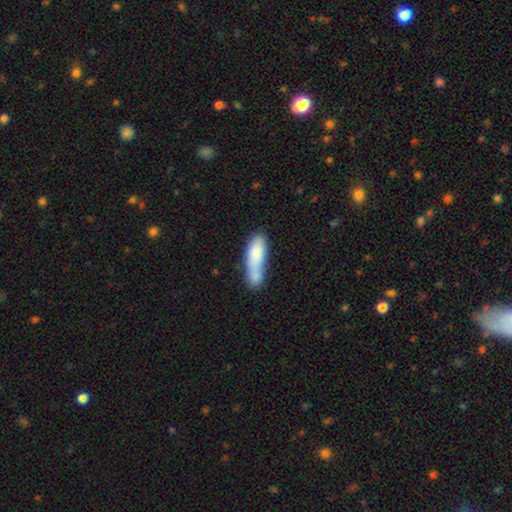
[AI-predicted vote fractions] Smooth or featured: smooth — 77% (featured or disk — 16%)
How rounded: cigar-shaped — 51% (in between — 47%)
Merging: merger — 38% (none — 32%)